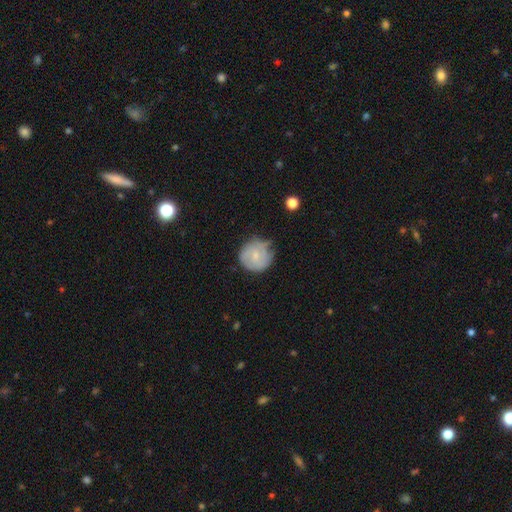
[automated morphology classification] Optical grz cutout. It shows a smooth galaxy with no disk features (54%) that is round (90%). Merging: none (57%).